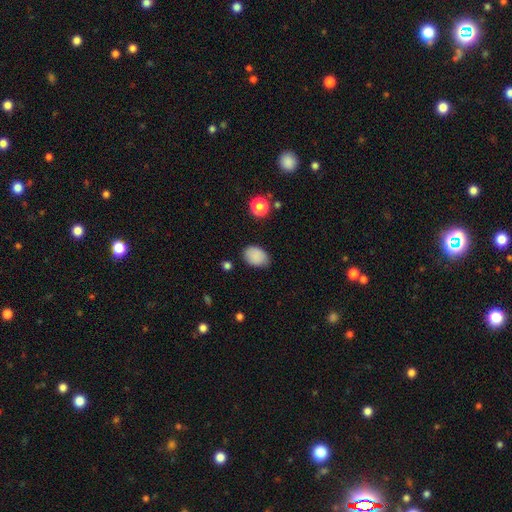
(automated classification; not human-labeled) smooth_or_featured: smooth (p=0.87) [alt: star or artifact p=0.09]
how_rounded: in between (p=0.79) [alt: round p=0.20]
merging: none (p=0.76) [alt: minor disturbance p=0.19]